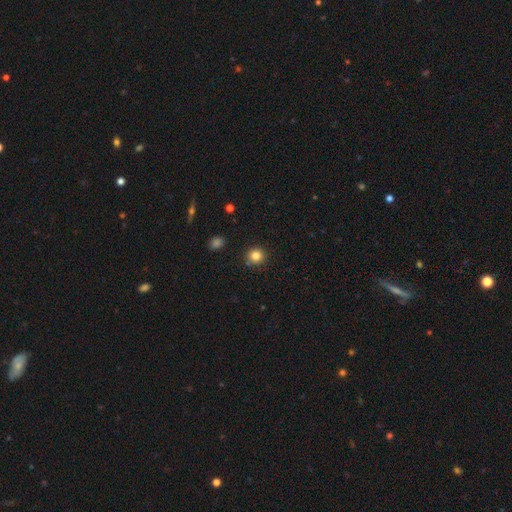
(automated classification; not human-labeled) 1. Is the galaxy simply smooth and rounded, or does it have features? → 83% smooth, 12% star or artifact, 5% featured or disk.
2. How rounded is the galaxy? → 92% round, 7% in between, 1% cigar-shaped.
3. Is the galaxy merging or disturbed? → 87% none, 8% minor disturbance, 3% merger, 2% major disturbance.